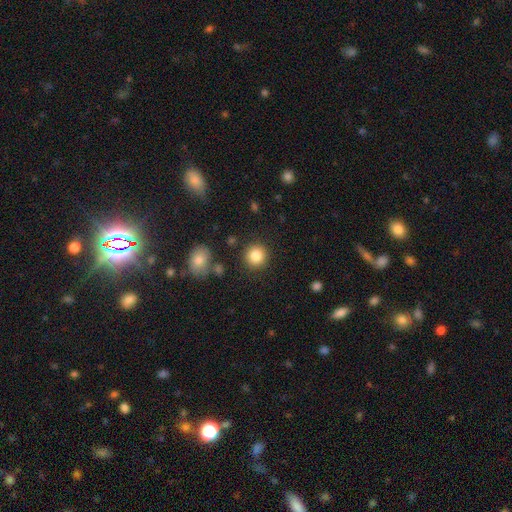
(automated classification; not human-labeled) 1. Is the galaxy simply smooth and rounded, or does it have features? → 85% smooth, 9% star or artifact, 5% featured or disk.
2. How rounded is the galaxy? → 92% round, 7% in between, 1% cigar-shaped.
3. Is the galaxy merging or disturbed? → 88% none, 7% minor disturbance, 3% major disturbance, 2% merger.